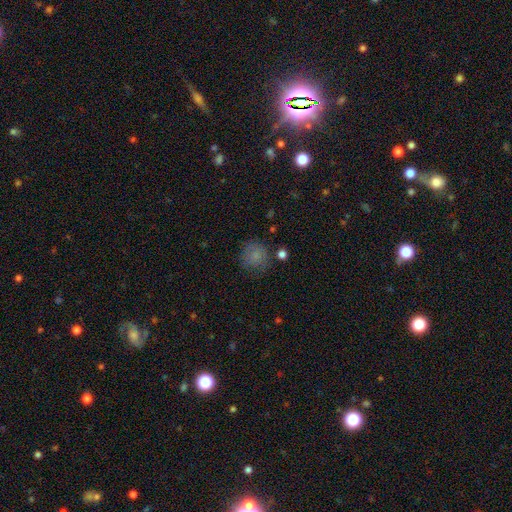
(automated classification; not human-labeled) Smooth or featured: smooth — 80% (star or artifact — 12%)
How rounded: round — 87% (in between — 12%)
Merging: none — 70% (minor disturbance — 20%)